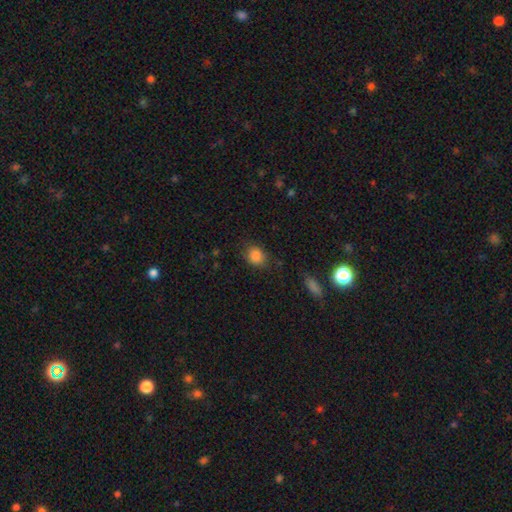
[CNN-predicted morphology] smooth 86%, star or artifact 10%, featured or disk 4%. Down the decision tree: how rounded — round (54%); merging — none (78%).